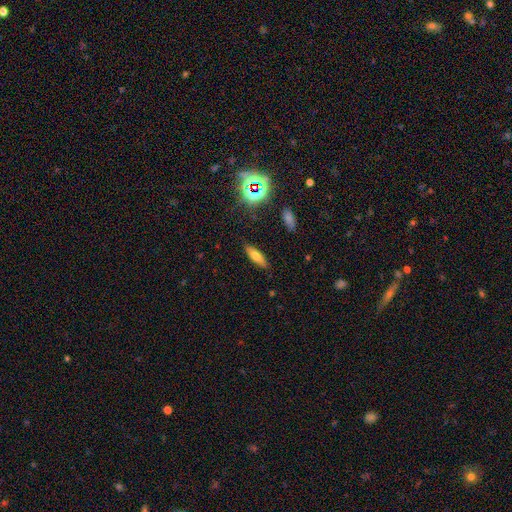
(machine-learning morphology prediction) Smooth or featured?
  - smooth: 65% *
  - featured or disk: 23%
  - star or artifact: 12%
How rounded?
  - in between: 49% *
  - cigar-shaped: 48%
  - round: 3%
Merging?
  - none: 86% *
  - minor disturbance: 10%
  - major disturbance: 2%
  - merger: 2%